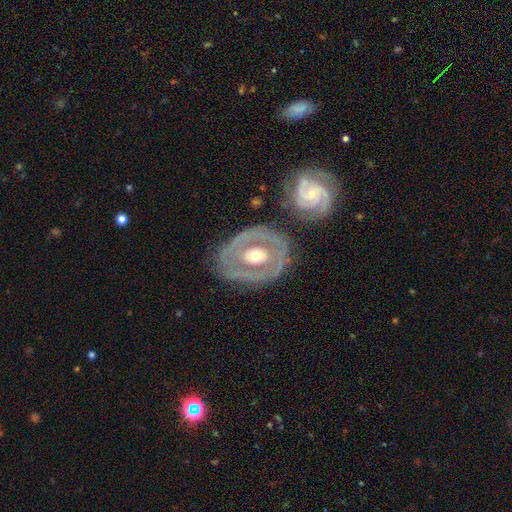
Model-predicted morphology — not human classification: The model was most divided on "spiral arms": no: 58%, yes: 42%. More confident: edge-on disk — no (95%); smooth or featured — featured or disk (73%); bar — no (70%); merging — none (68%); bulge size — moderate (68%).